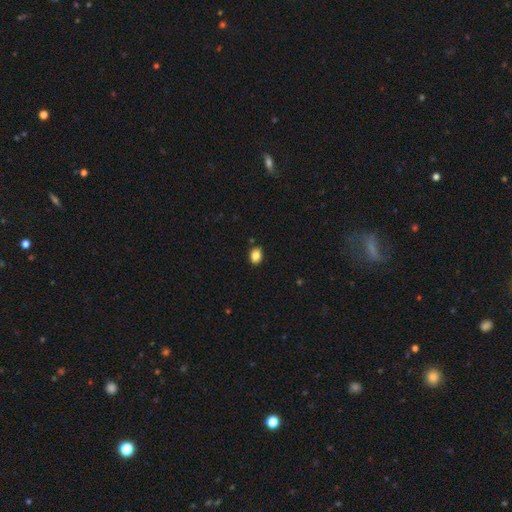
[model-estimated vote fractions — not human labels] Smooth or featured?
  - smooth: 86% *
  - star or artifact: 9%
  - featured or disk: 5%
How rounded?
  - in between: 70% *
  - round: 29%
  - cigar-shaped: 1%
Merging?
  - none: 89% *
  - minor disturbance: 8%
  - major disturbance: 2%
  - merger: 1%